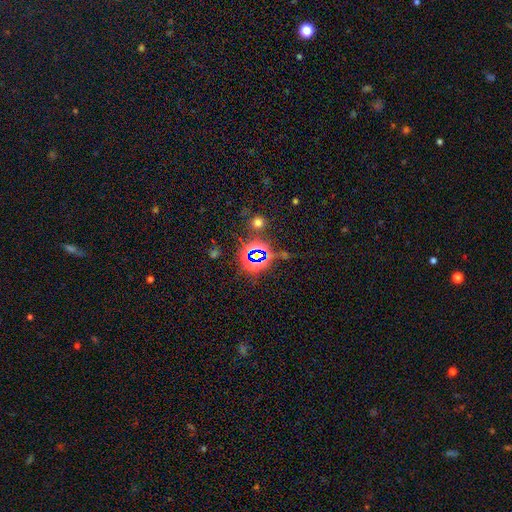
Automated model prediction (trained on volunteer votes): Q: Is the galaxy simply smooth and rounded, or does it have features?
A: star or artifact — 73%.